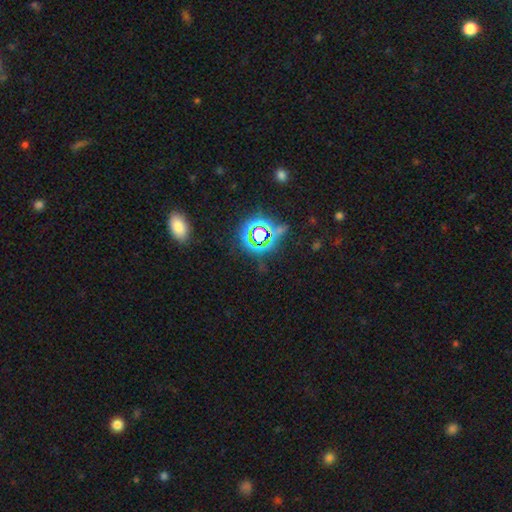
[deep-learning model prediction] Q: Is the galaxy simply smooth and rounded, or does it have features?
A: star or artifact — 69%.